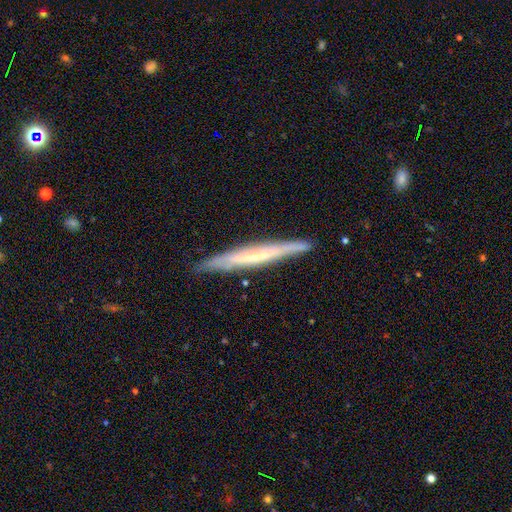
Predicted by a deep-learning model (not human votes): Smooth or featured?
  - featured or disk: 58% *
  - smooth: 35%
  - star or artifact: 6%
Edge-on disk?
  - yes: 92% *
  - no: 8%
Edge-on bulge?
  - none: 73% *
  - rounded: 16%
  - boxy: 11%
Merging?
  - none: 85% *
  - minor disturbance: 12%
  - major disturbance: 2%
  - merger: 1%